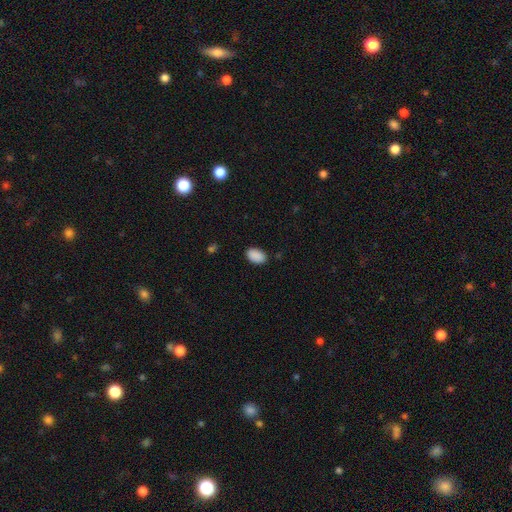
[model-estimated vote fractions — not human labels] smooth-or-featured: smooth: 90% | star or artifact: 8% | featured or disk: 3%
  how-rounded: in between: 90% | round: 9% | cigar-shaped: 1%
  merging: none: 86% | minor disturbance: 10% | major disturbance: 2% | merger: 1%